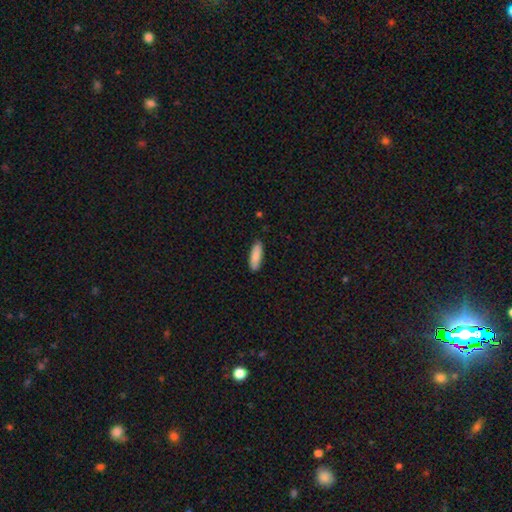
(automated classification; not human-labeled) This appears to be a smooth galaxy with no disk features (88%) that is in between round and cigar-shaped (50%). Merging: none (88%).